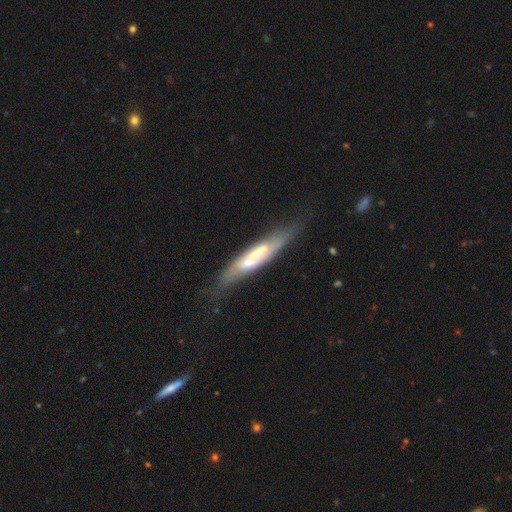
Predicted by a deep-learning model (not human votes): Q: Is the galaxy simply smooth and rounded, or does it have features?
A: featured or disk — 57%.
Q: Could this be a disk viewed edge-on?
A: yes — 60%.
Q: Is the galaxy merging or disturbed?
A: none — 56%.